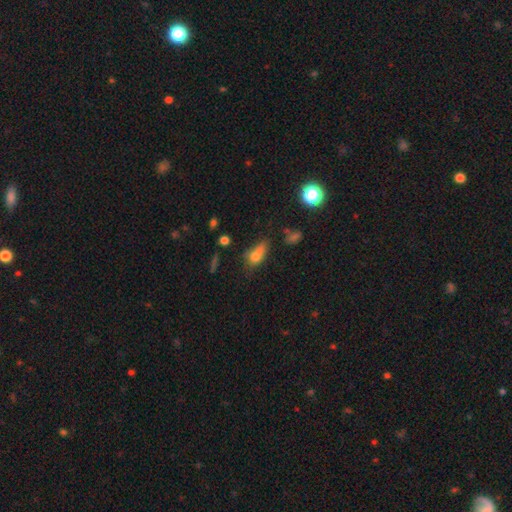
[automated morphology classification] Smooth or featured?
  - smooth: 69% *
  - featured or disk: 16%
  - star or artifact: 15%
How rounded?
  - in between: 72% *
  - cigar-shaped: 15%
  - round: 14%
Merging?
  - none: 37% *
  - minor disturbance: 31%
  - major disturbance: 23%
  - merger: 9%